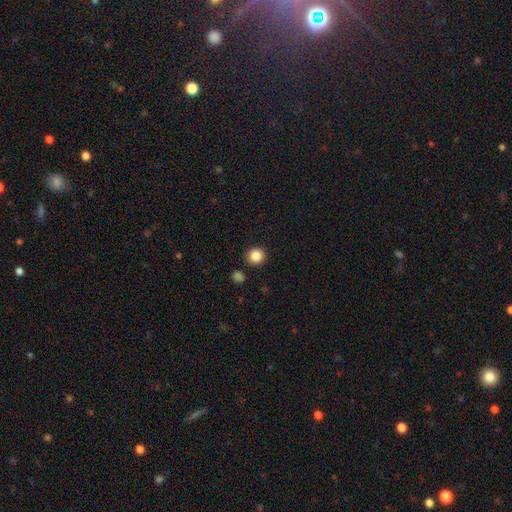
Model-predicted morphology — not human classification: smooth_or_featured: smooth (p=0.85) [alt: star or artifact p=0.11]
how_rounded: round (p=0.90) [alt: in between p=0.09]
merging: none (p=0.90) [alt: minor disturbance p=0.06]